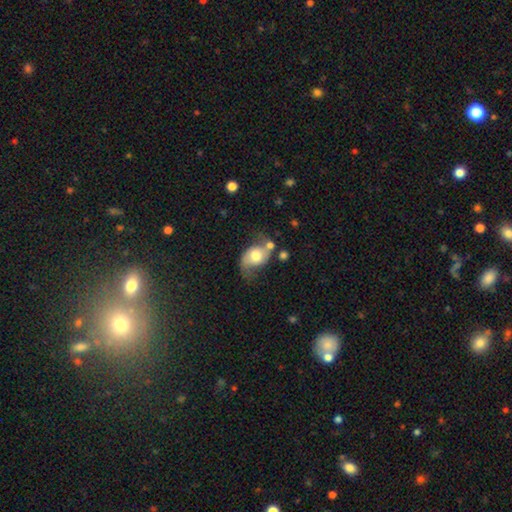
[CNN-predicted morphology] type=featured or disk (60%); edge-on=no (96%); bar=no (68%); spiral arms=yes (85%); bulge=moderate (60%); merging=none (49%).